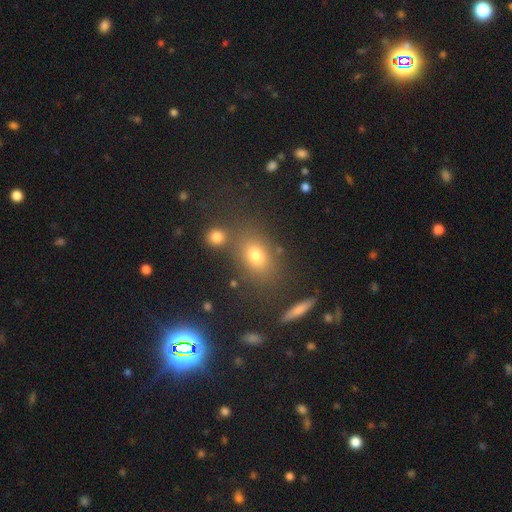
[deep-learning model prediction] Morphology: type=smooth (65%); roundness=in between (65%); merging=none (75%).